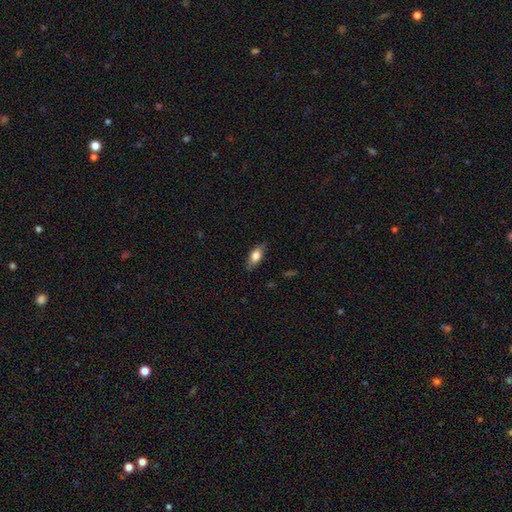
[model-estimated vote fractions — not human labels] This is likely a smooth galaxy (73%). How rounded: clearly in between (82%). Merging: clearly none (82%).